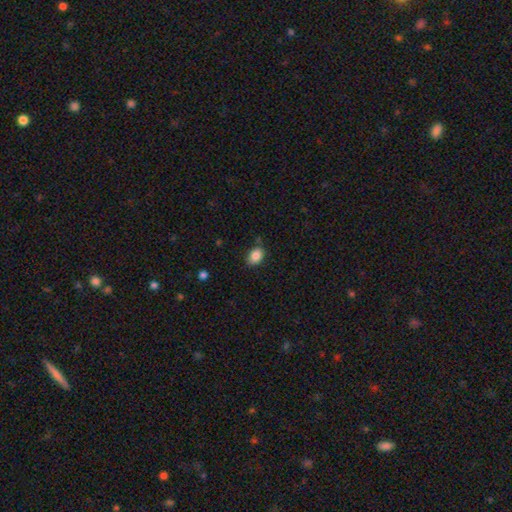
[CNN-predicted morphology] type=smooth (85%); roundness=in between (79%); merging=none (78%).